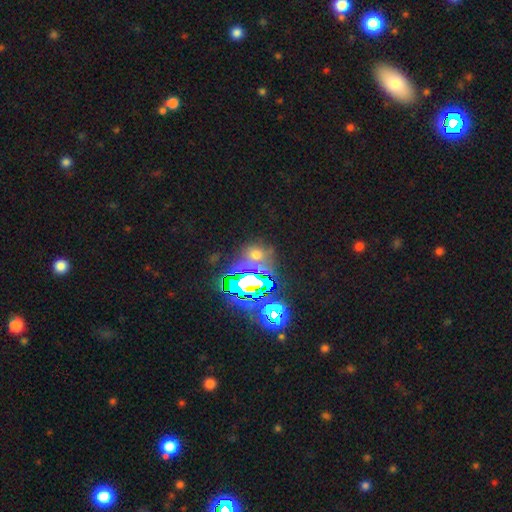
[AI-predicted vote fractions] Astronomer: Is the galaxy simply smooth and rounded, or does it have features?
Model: star or artifact — 59%.